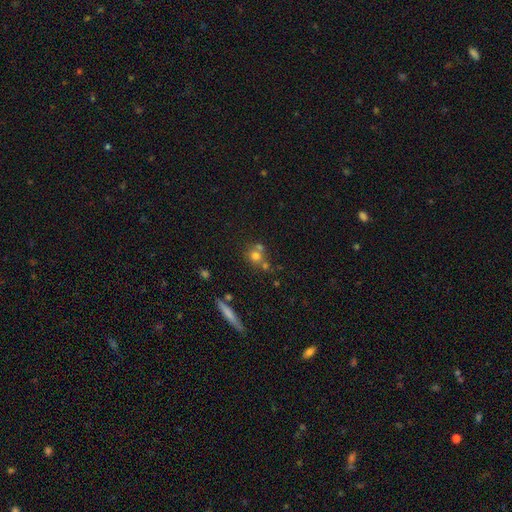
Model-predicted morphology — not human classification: smooth-or-featured: smooth: 68% | featured or disk: 16% | star or artifact: 16%
  how-rounded: round: 84% | in between: 13% | cigar-shaped: 2%
  merging: none: 48% | merger: 39% | minor disturbance: 9% | major disturbance: 4%